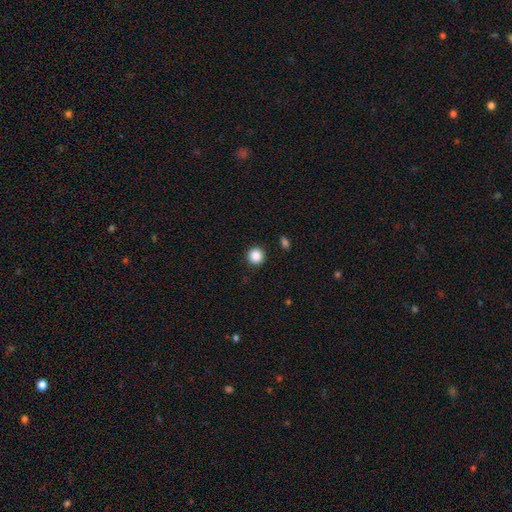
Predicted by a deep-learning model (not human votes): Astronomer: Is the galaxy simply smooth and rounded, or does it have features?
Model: smooth — 88%.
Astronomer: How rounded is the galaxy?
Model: round — 94%.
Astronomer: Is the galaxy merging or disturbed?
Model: none — 92%.